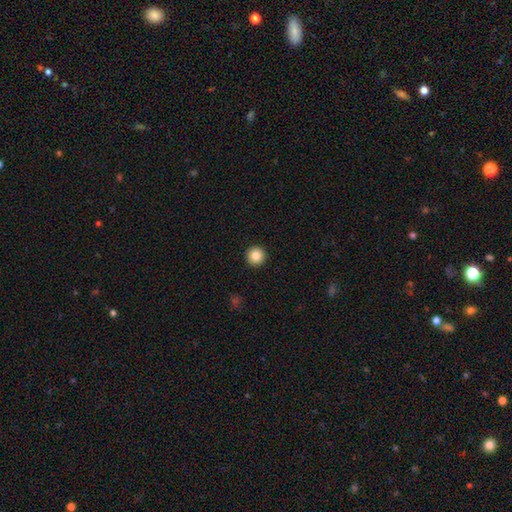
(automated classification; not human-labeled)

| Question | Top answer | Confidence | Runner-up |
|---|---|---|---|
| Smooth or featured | smooth | 85% | star or artifact (10%) |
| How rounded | round | 97% | in between (3%) |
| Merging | none | 94% | minor disturbance (4%) |